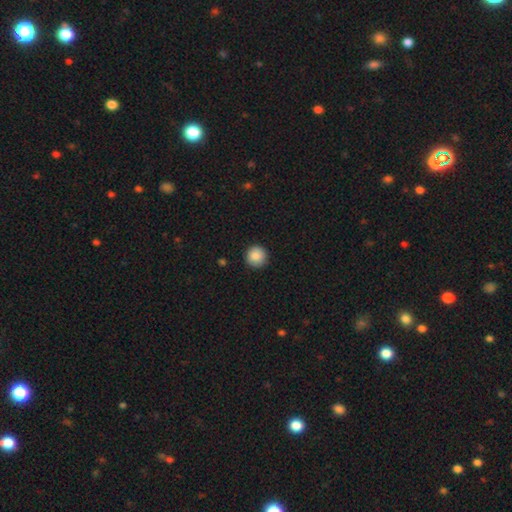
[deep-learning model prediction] This appears to be a smooth galaxy with no disk features (88%) that is round (96%). Merging: none (91%).